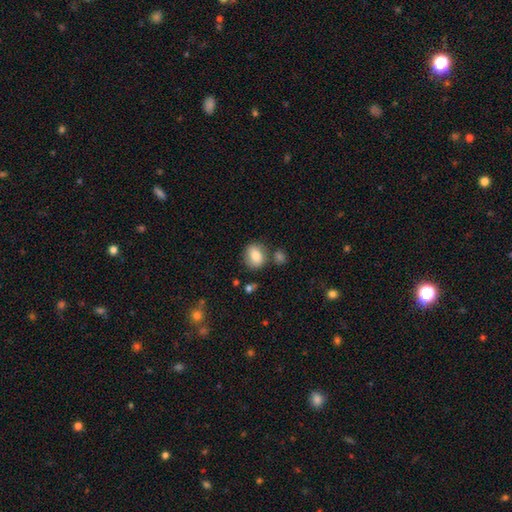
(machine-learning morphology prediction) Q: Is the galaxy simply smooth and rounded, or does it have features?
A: smooth — 80%.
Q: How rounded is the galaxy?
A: round — 56%.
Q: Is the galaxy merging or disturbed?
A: none — 73%.